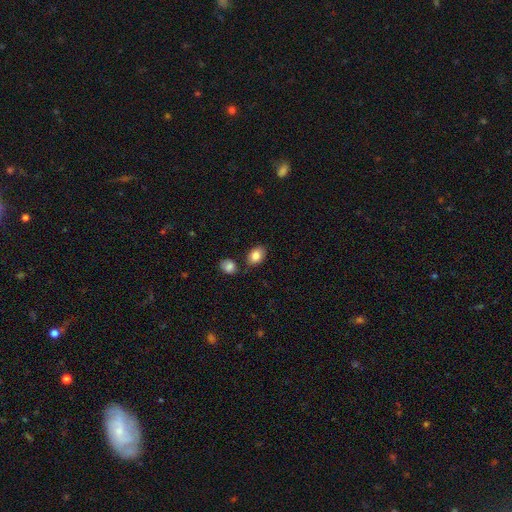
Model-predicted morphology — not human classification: This is clearly a smooth galaxy (84%). How rounded: likely in between (80%). Merging: likely none (75%).